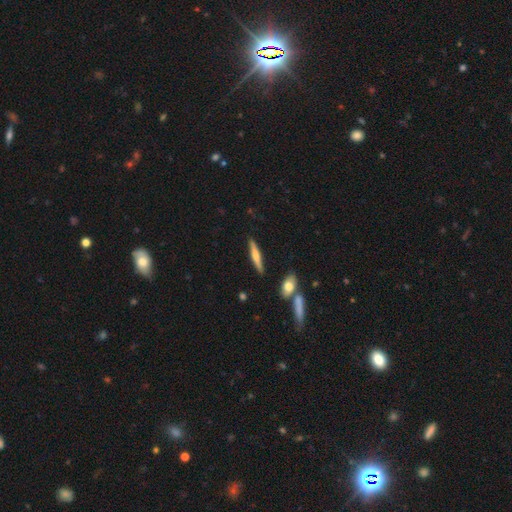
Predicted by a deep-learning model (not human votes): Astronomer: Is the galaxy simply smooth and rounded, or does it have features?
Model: smooth — 51% (runner-up: featured or disk, 43%).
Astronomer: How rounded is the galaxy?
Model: cigar-shaped — 89%.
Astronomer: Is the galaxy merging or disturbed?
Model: none — 86%.